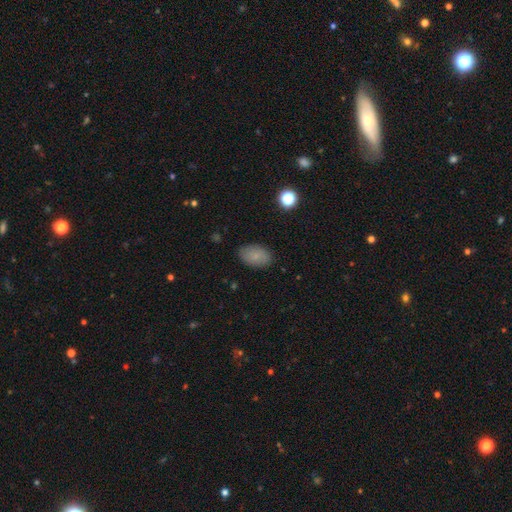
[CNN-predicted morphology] A smooth galaxy with no disk features (81%) that is in between round and cigar-shaped (90%). Merging: none (85%).